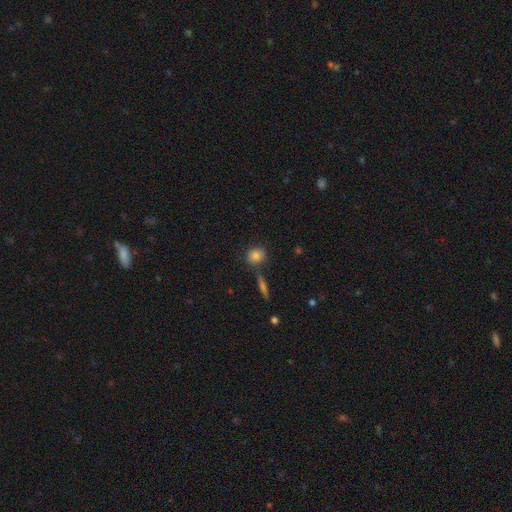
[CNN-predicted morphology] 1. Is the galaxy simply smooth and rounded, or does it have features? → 82% smooth, 9% featured or disk, 9% star or artifact.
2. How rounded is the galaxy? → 77% round, 20% in between, 3% cigar-shaped.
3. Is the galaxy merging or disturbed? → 77% none, 11% minor disturbance, 9% merger, 3% major disturbance.